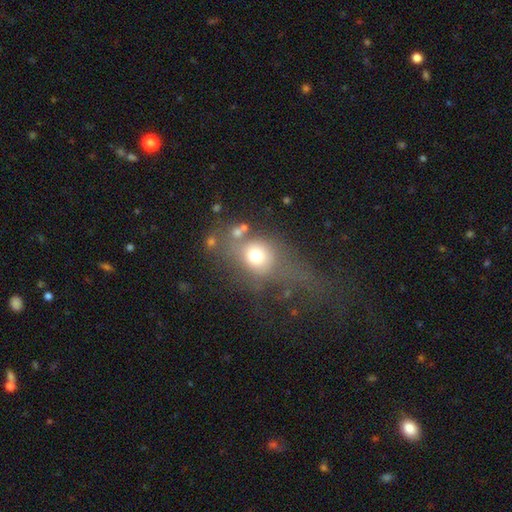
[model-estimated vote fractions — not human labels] Overall: smooth (68%). How rounded: round (66%; in between 32%). Merging: major disturbance (34%; none 33%).